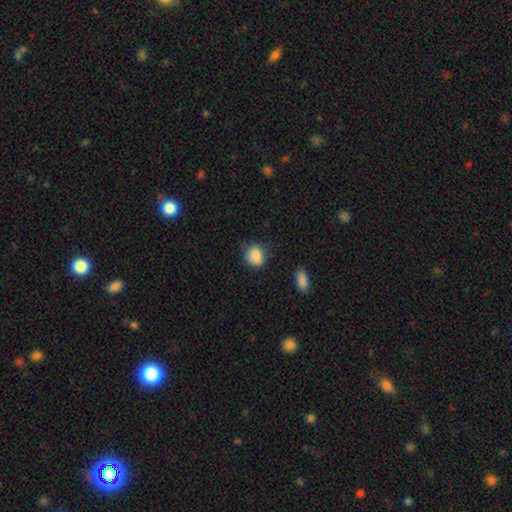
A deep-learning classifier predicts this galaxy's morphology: A smooth galaxy with no disk features (87%) that is round (65%).

Vote fractions:
- Smooth or featured? smooth: 87% / star or artifact: 9% / featured or disk: 5%
- How rounded? round: 65% / in between: 34% / cigar-shaped: 1%
- Merging? none: 69% / minor disturbance: 24% / major disturbance: 5% / merger: 2%